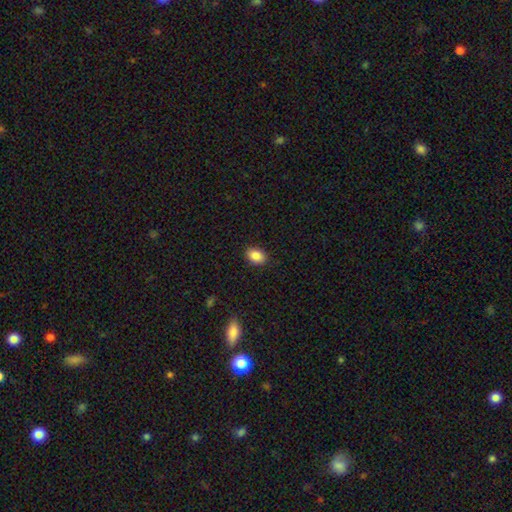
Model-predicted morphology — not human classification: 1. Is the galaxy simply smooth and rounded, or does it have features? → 88% smooth, 8% star or artifact, 4% featured or disk.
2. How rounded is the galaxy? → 80% in between, 19% round, 1% cigar-shaped.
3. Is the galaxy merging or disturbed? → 89% none, 8% minor disturbance, 2% major disturbance, 1% merger.